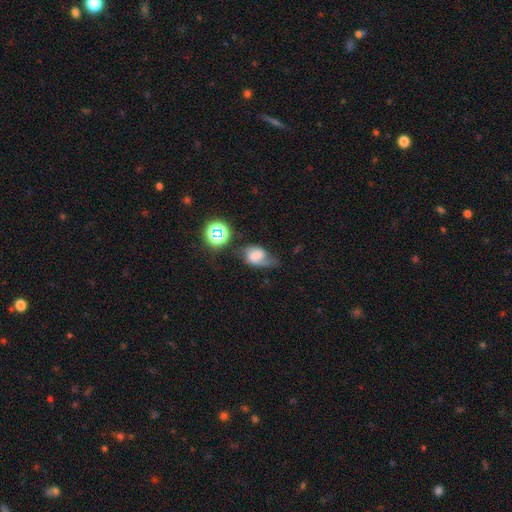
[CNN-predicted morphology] smooth 47%, featured or disk 37%, star or artifact 16%. Down the decision tree: merging — minor disturbance (35%).